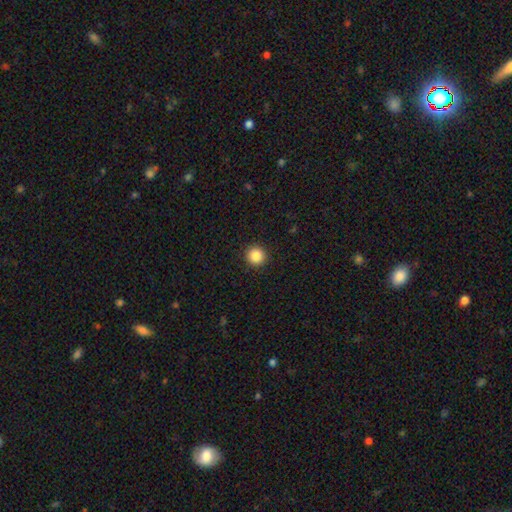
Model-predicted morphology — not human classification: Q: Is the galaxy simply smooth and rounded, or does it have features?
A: smooth — 86%.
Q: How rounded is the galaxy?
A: round — 95%.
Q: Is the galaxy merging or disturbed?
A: none — 93%.